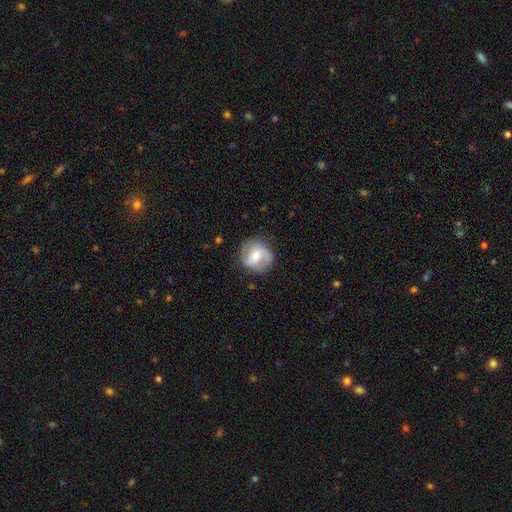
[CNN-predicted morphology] smooth_or_featured: featured or disk (p=0.60) [alt: smooth p=0.33]
disk_edge_on: no (p=0.97) [alt: yes p=0.03]
bar: weak (p=0.45) [alt: no p=0.38]
has_spiral_arms: yes (p=0.83) [alt: no p=0.17]
bulge_size: moderate (p=0.59) [alt: small p=0.34]
merging: none (p=0.78) [alt: minor disturbance p=0.16]